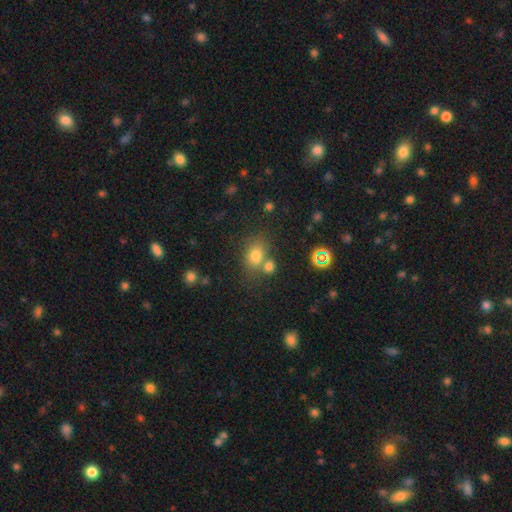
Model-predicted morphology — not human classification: Smooth or featured? Predicted: smooth (p=0.73). How rounded? Predicted: in between (p=0.61). Merging? Predicted: none (p=0.54).